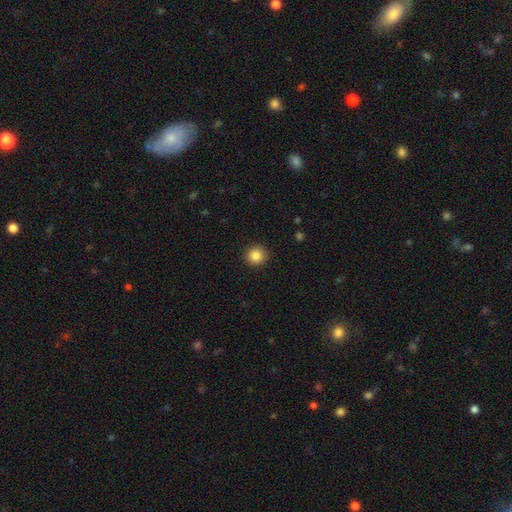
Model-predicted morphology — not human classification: Overall: smooth (86%). How rounded: round (93%). Merging: none (92%).